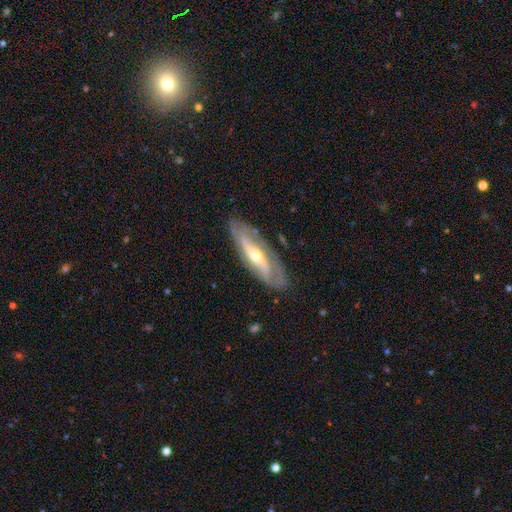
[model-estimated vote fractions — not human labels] This appears to be a featured or disk galaxy (79%) with no bar (45%), spiral arms (79%) and a moderate central bulge (49%). Merging: none (79%).